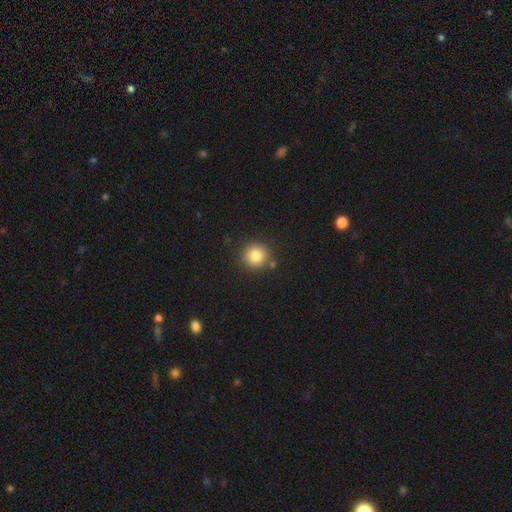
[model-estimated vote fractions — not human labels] Q: Smooth or featured?
A: smooth (83%); runner-up: star or artifact (11%)
Q: How rounded?
A: round (93%); runner-up: in between (6%)
Q: Merging?
A: none (84%); runner-up: minor disturbance (8%)